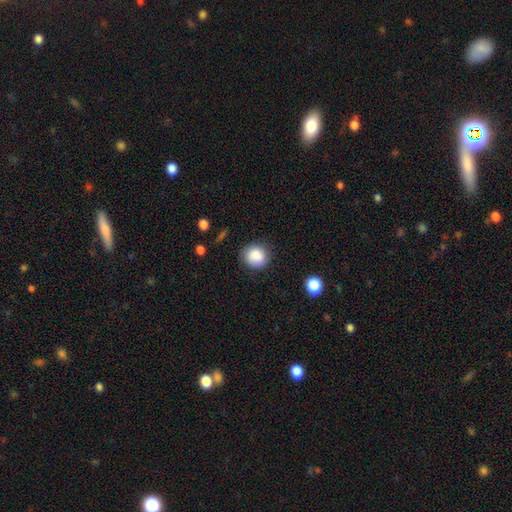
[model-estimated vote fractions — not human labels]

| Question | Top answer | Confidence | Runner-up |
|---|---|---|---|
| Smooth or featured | smooth | 87% | star or artifact (9%) |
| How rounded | round | 82% | in between (17%) |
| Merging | none | 83% | minor disturbance (13%) |